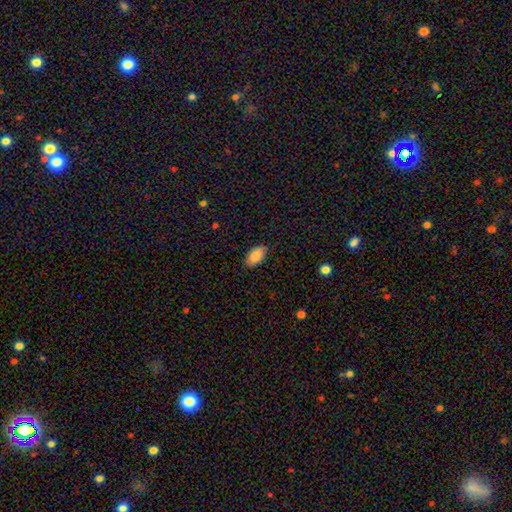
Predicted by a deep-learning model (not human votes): A smooth galaxy with no disk features (87%) that is in between round and cigar-shaped (94%). Merging: none (86%).